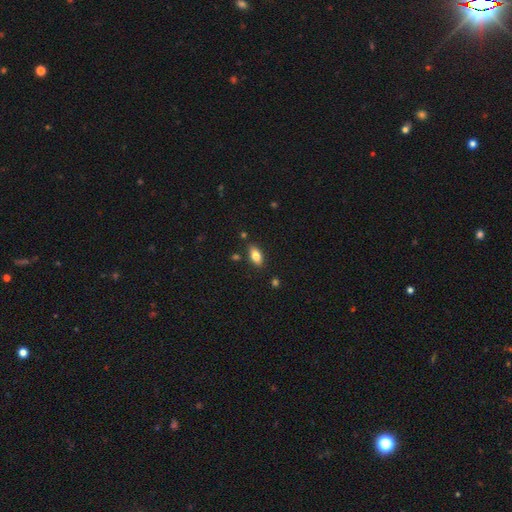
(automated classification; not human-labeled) Overall: smooth (79%). How rounded: in between (88%). Merging: none (83%).